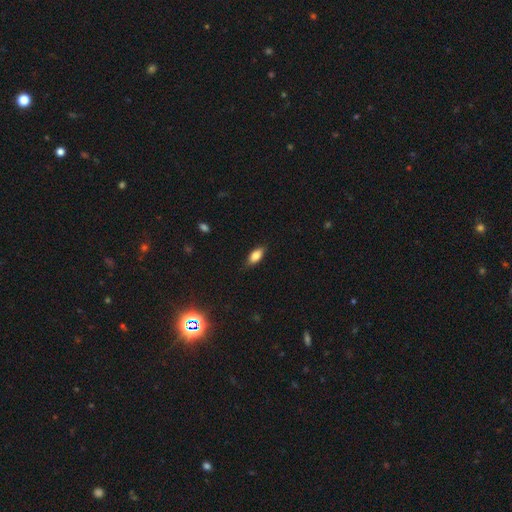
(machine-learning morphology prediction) The model was most divided on "merging": none: 83%, minor disturbance: 13%, major disturbance: 3%, merger: 1%. More confident: how rounded — in between (87%); smooth or featured — smooth (82%).